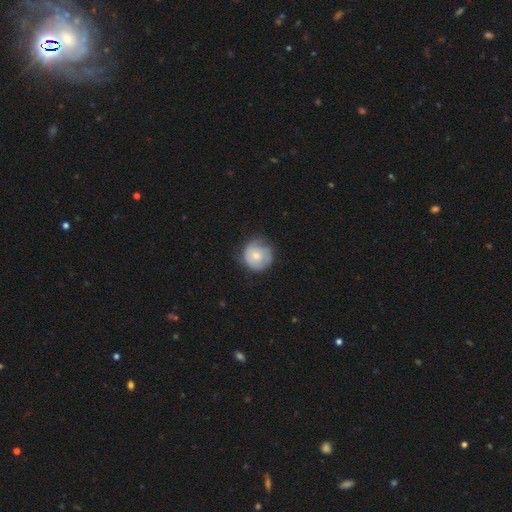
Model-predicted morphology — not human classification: type=smooth (60%); roundness=round (90%); merging=none (62%).